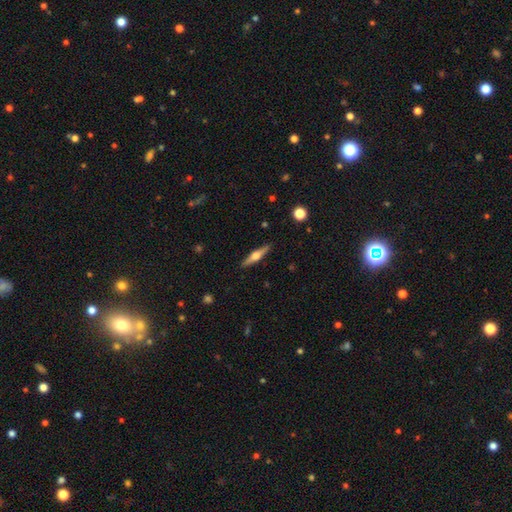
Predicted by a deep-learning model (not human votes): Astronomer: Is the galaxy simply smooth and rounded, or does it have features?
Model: featured or disk — 69%.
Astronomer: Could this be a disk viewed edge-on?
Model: yes — 97%.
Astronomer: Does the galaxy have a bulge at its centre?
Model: rounded — 94%.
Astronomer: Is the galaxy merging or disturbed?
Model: none — 91%.